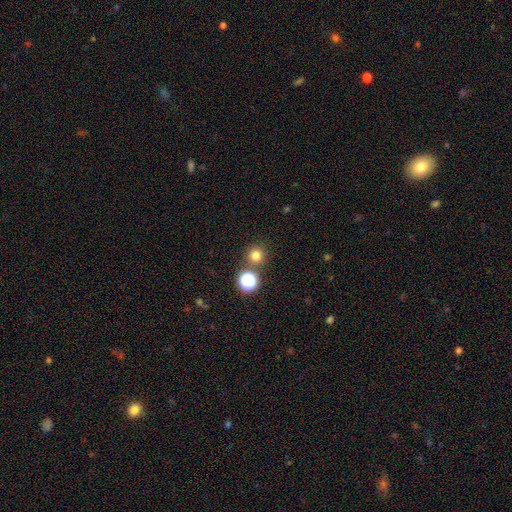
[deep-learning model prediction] The model was most divided on "smooth or featured": smooth: 77%, star or artifact: 18%, featured or disk: 5%. More confident: how rounded — round (94%); merging — none (81%).